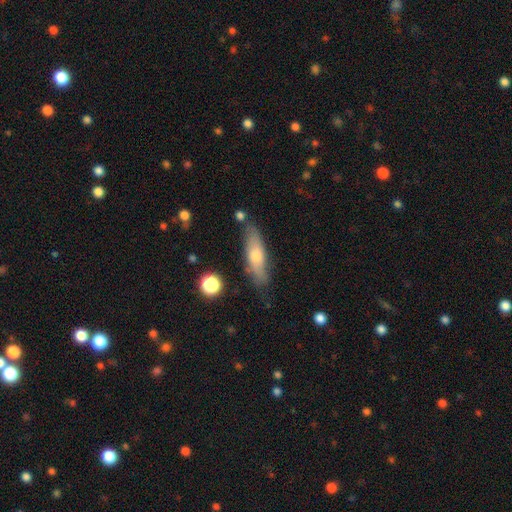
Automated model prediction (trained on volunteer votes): smooth 58%, featured or disk 35%, star or artifact 7%. Down the decision tree: how rounded — cigar-shaped (59%); merging — none (75%).